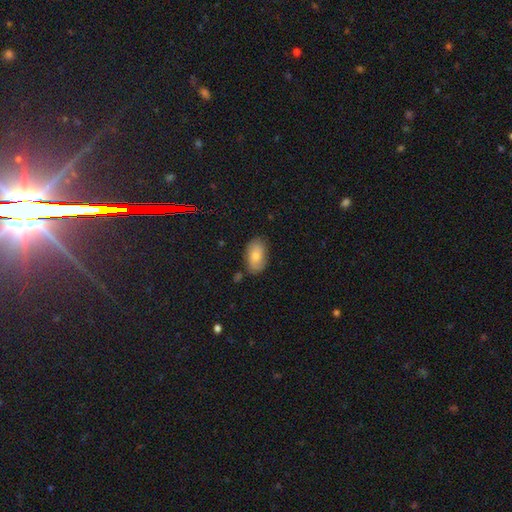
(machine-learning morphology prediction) smooth_or_featured: smooth (p=0.76) [alt: featured or disk p=0.17]
how_rounded: in between (p=0.93) [alt: round p=0.06]
merging: none (p=0.76) [alt: minor disturbance p=0.18]